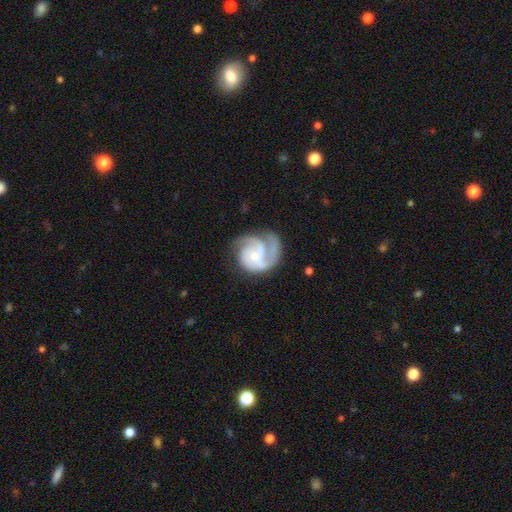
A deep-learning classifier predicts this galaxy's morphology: smooth_or_featured: featured or disk (p=0.85) [alt: smooth p=0.10]
disk_edge_on: no (p=0.98) [alt: yes p=0.02]
bar: no (p=0.66) [alt: weak p=0.28]
has_spiral_arms: yes (p=0.96) [alt: no p=0.04]
spiral_winding: medium (p=0.46) [alt: tight p=0.40]
spiral_arm_count: 3 (p=0.46) [alt: 2 p=0.28]
bulge_size: small (p=0.66) [alt: moderate p=0.25]
merging: none (p=0.58) [alt: minor disturbance p=0.21]